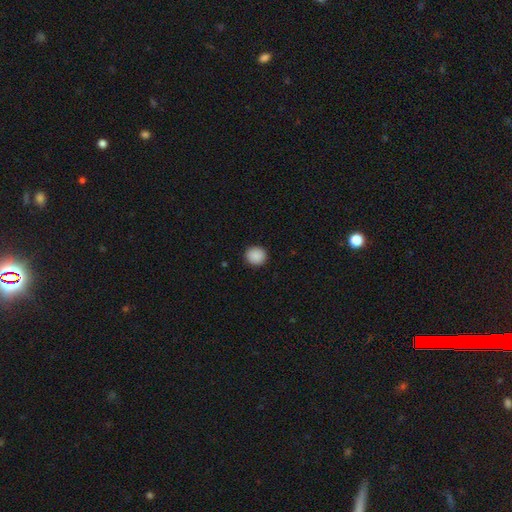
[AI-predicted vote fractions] Smooth or featured: smooth — 89% (star or artifact — 8%)
How rounded: round — 90% (in between — 9%)
Merging: none — 92% (minor disturbance — 6%)